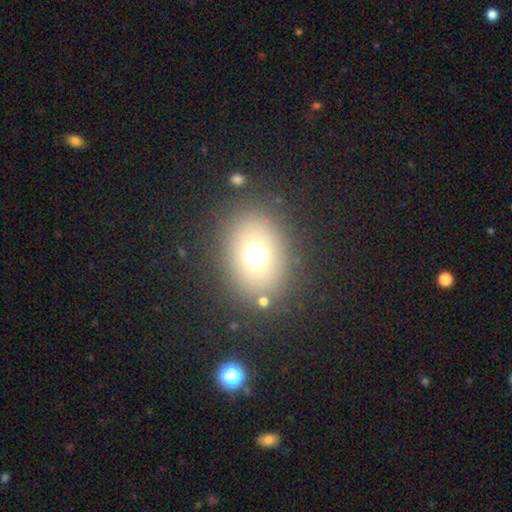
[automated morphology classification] Smooth or featured?
  - smooth: 68% *
  - star or artifact: 20%
  - featured or disk: 13%
How rounded?
  - round: 51% *
  - in between: 48%
  - cigar-shaped: 1%
Merging?
  - none: 83% *
  - minor disturbance: 8%
  - major disturbance: 5%
  - merger: 4%